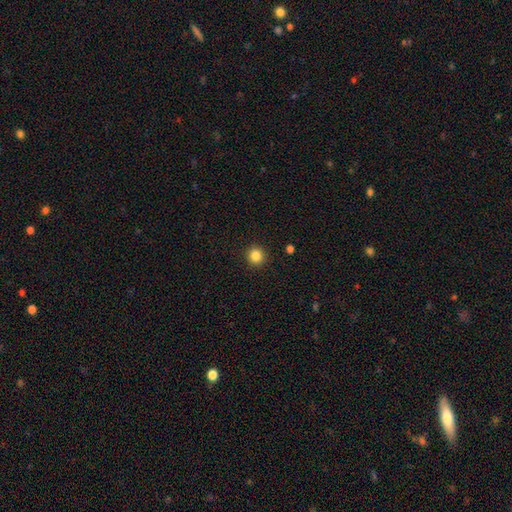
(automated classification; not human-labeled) A smooth galaxy with no disk features (85%) that is round (93%). Merging: none (92%).